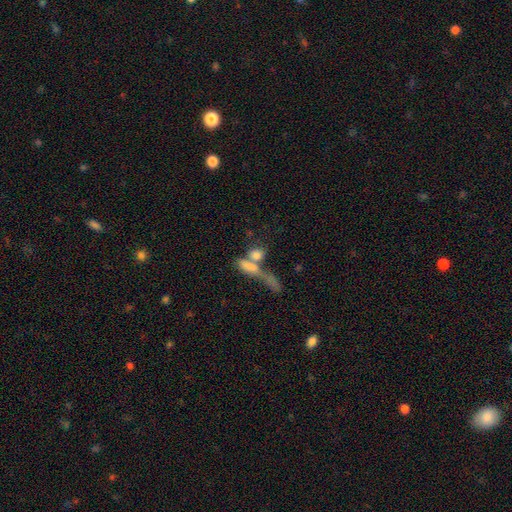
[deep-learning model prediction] smooth-or-featured: smooth: 46% | featured or disk: 33% | star or artifact: 21%
  merging: merger: 46% | none: 32% | major disturbance: 12% | minor disturbance: 10%